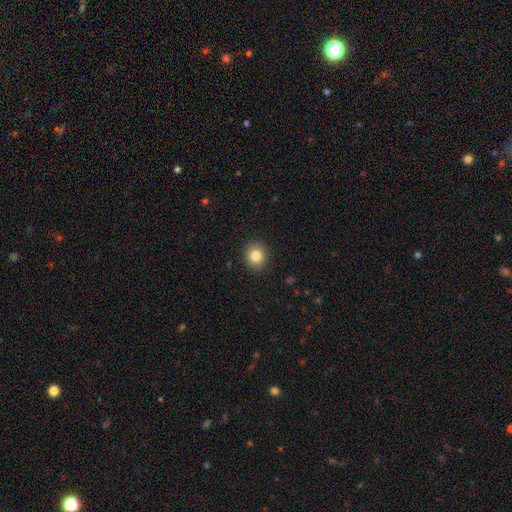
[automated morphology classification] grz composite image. It shows a smooth galaxy with no disk features (83%) that is round (79%). Merging: none (90%).